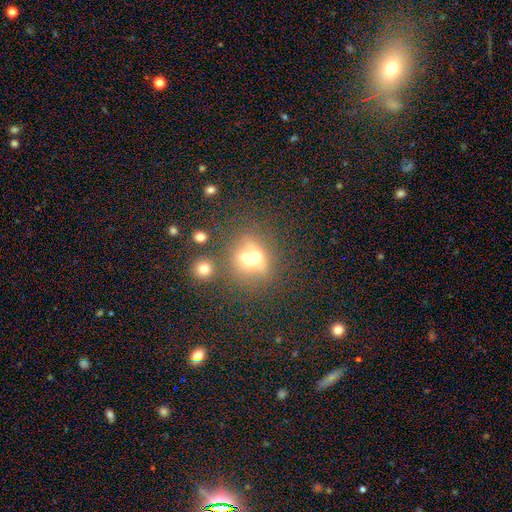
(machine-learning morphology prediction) The model was most divided on "smooth or featured": smooth: 52%, featured or disk: 30%, star or artifact: 18%. More confident: how rounded — round (71%); merging — merger (57%).